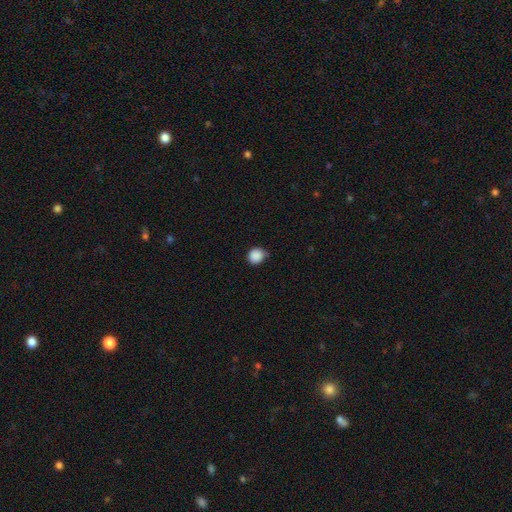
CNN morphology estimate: Smooth or featured: smooth — 88% (star or artifact — 9%)
How rounded: round — 83% (in between — 16%)
Merging: none — 67% (minor disturbance — 26%)